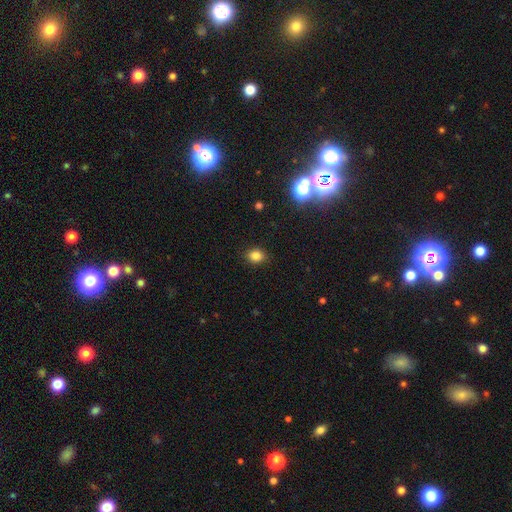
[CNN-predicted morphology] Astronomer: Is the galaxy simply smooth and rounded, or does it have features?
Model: smooth — 83%.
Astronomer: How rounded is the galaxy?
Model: round — 58% (runner-up: in between, 41%).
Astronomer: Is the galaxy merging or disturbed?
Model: none — 88%.